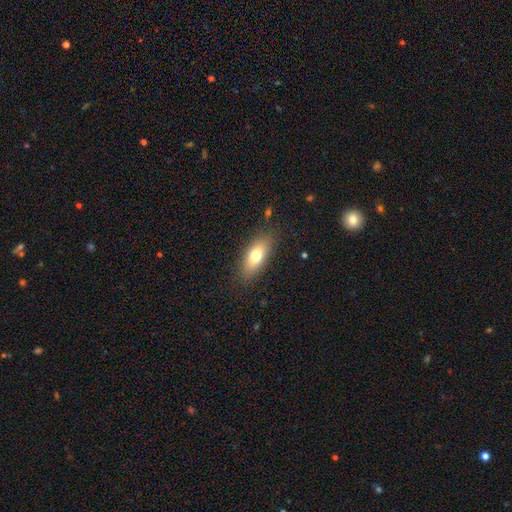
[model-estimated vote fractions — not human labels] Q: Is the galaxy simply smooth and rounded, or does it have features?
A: smooth — 72%.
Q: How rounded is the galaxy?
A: in between — 76%.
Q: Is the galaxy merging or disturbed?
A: none — 84%.